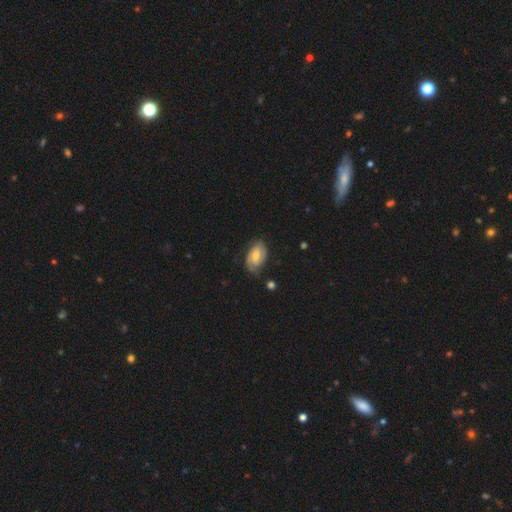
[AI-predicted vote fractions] Smooth or featured? featured or disk (70%)
Edge-on disk? no (96%)
Bar? weak (47%)
Spiral arms? yes (92%)
Spiral winding? tight (51%)
Spiral arm count? 2 (73%)
Bulge size? moderate (55%)
Merging? none (68%)